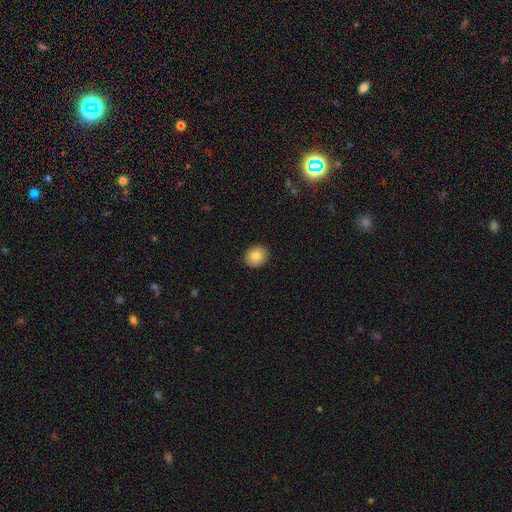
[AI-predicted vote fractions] Smooth or featured? Predicted: smooth (p=0.82). How rounded? Predicted: round (p=0.76). Merging? Predicted: none (p=0.91).